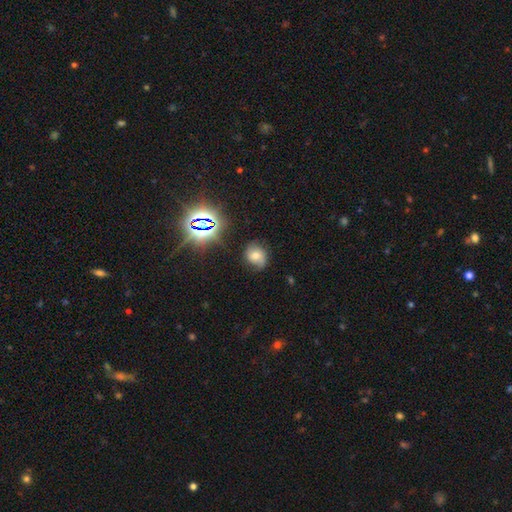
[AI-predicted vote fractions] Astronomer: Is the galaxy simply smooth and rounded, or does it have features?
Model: smooth — 49% (runner-up: featured or disk, 29%).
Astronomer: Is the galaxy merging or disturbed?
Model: none — 68%.